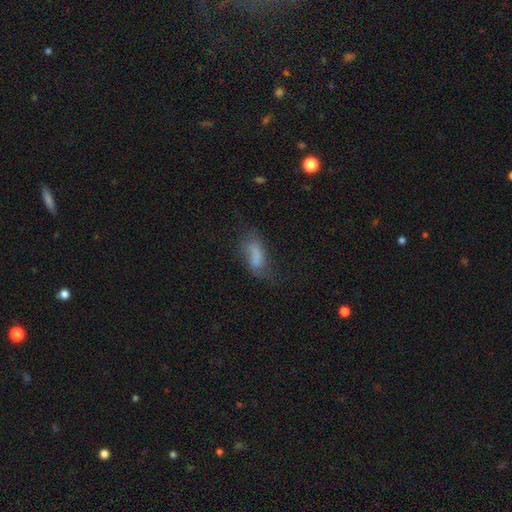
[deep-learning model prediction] smooth_or_featured: smooth (p=0.65) [alt: featured or disk p=0.22]
how_rounded: in between (p=0.81) [alt: cigar-shaped p=0.15]
merging: none (p=0.39) [alt: minor disturbance p=0.29]